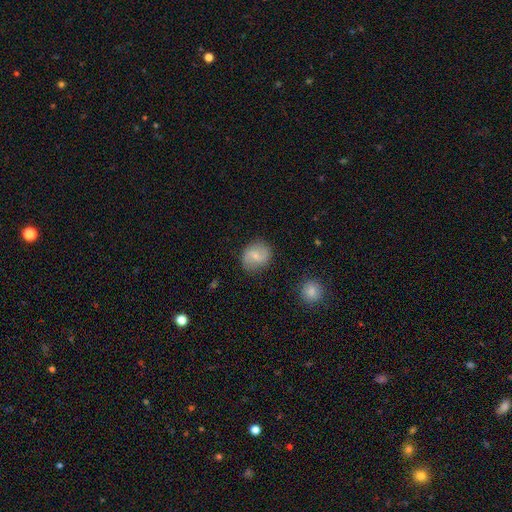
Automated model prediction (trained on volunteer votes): A smooth galaxy with no disk features (47%). Merging: none (82%).